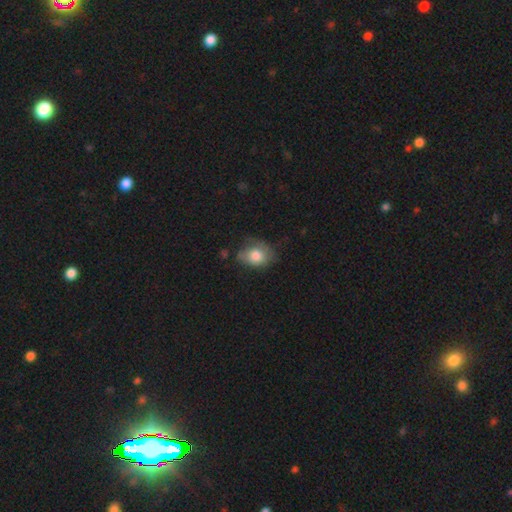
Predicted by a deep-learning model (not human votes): This is likely a smooth galaxy (77%). How rounded: likely in between (64%). Merging: possibly none (50%).